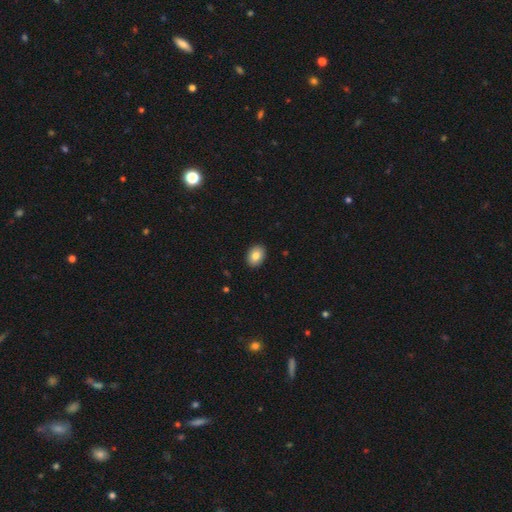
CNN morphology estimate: Overall: smooth (84%). How rounded: in between (74%). Merging: none (91%).